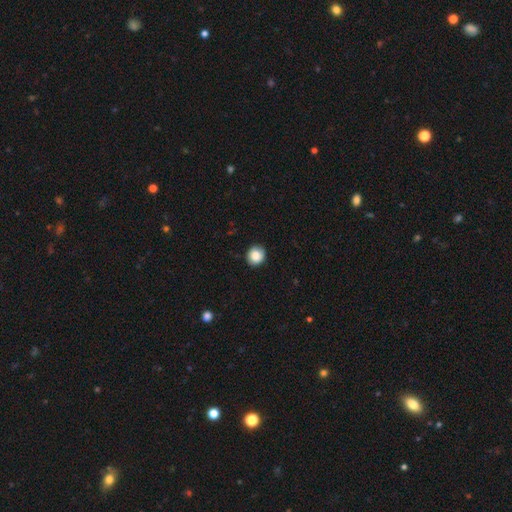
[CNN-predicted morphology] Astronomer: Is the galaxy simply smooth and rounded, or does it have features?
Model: smooth — 85%.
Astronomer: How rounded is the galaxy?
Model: round — 86%.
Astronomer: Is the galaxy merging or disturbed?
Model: none — 86%.